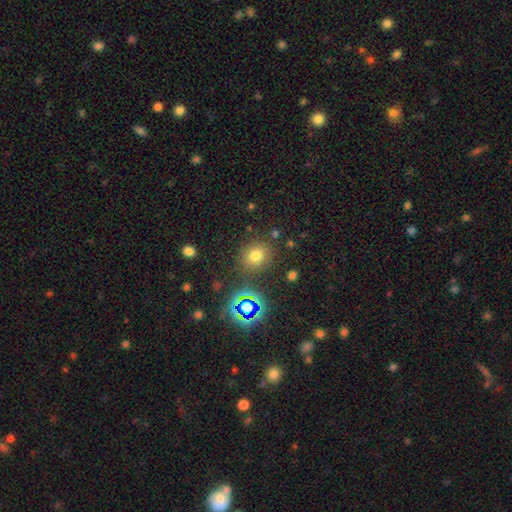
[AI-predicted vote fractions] smooth-or-featured: smooth: 68% | star or artifact: 24% | featured or disk: 8%
  how-rounded: round: 82% | in between: 17% | cigar-shaped: 1%
  merging: none: 83% | minor disturbance: 10% | major disturbance: 4% | merger: 4%